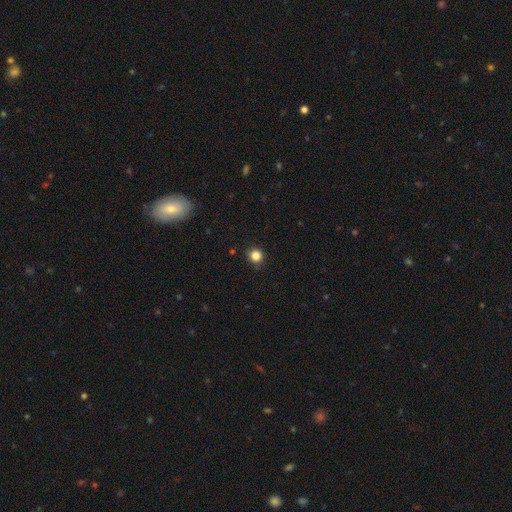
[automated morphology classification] This is clearly a smooth galaxy (84%). How rounded: clearly round (92%). Merging: clearly none (89%).